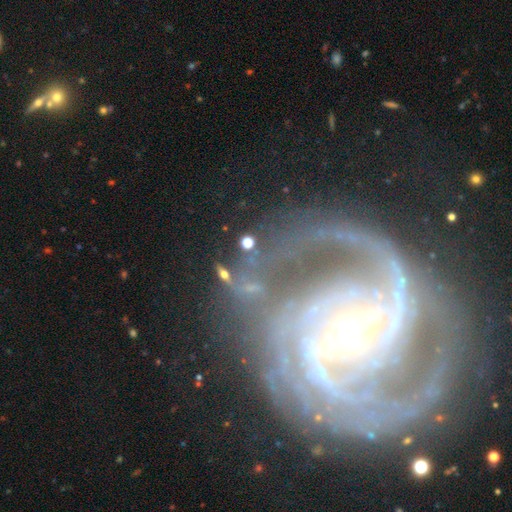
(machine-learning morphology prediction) A featured or disk galaxy (73%) with no bar (36%), 2 (37%) tight (45%) spiral arms (80%) and a moderate central bulge (52%).

Vote fractions:
- Smooth or featured? featured or disk: 73% / star or artifact: 14% / smooth: 13%
- Edge-on disk? no: 93% / yes: 7%
- Bar? no: 36% / strong: 35% / weak: 29%
- Spiral arms? yes: 80% / no: 20%
- Spiral winding? tight: 45% / medium: 33% / loose: 22%
- Spiral arm count? 2: 37% / can't tell: 23% / 3: 12% / 1: 10% / 4: 9% / more than 4: 9%
- Bulge size? moderate: 52% / small: 29% / large: 12% / none: 4% / dominant: 4%
- Merging? none: 57% / major disturbance: 21% / minor disturbance: 15% / merger: 7%